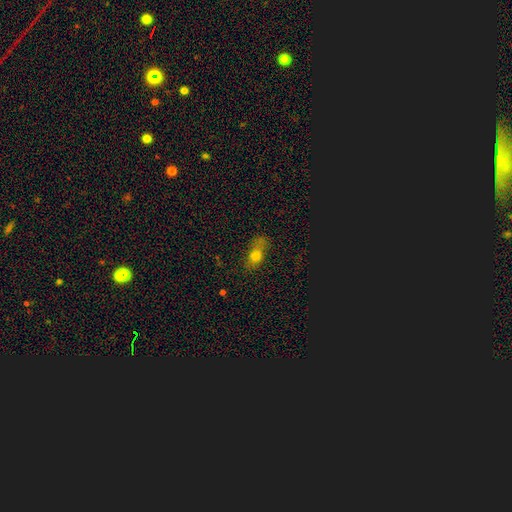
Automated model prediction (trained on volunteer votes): A smooth galaxy with no disk features (70%) that is in between round and cigar-shaped (67%).

Vote fractions:
- Smooth or featured? smooth: 70% / featured or disk: 15% / star or artifact: 14%
- How rounded? in between: 67% / round: 20% / cigar-shaped: 12%
- Merging? none: 49% / minor disturbance: 28% / major disturbance: 15% / merger: 8%